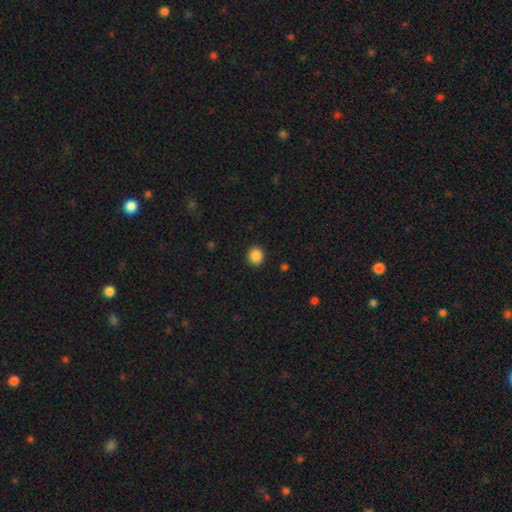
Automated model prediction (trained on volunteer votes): smooth 87%, star or artifact 10%, featured or disk 3%. Down the decision tree: how rounded — round (77%); merging — none (91%).